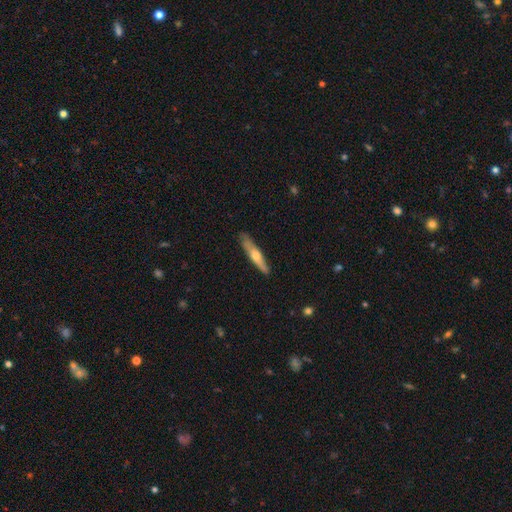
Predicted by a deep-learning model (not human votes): Morphology: type=featured or disk (49%); merging=none (85%).